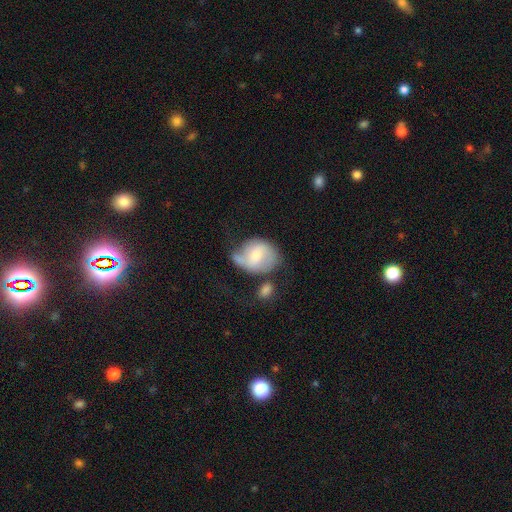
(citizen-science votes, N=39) Smooth or featured? featured or disk (49%)
Edge-on disk? no (95%)
Bar? weak (56%)
Spiral arms? yes (89%)
Spiral winding? tight (38%)
Spiral arm count? 2 (56%)
Bulge size? moderate (50%)
Merging? major disturbance (29%)